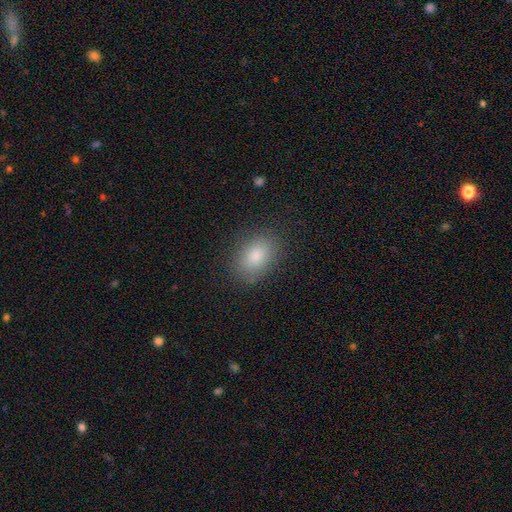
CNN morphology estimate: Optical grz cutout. It shows a smooth galaxy with no disk features (83%) that is in between round and cigar-shaped (80%). Merging: none (85%).